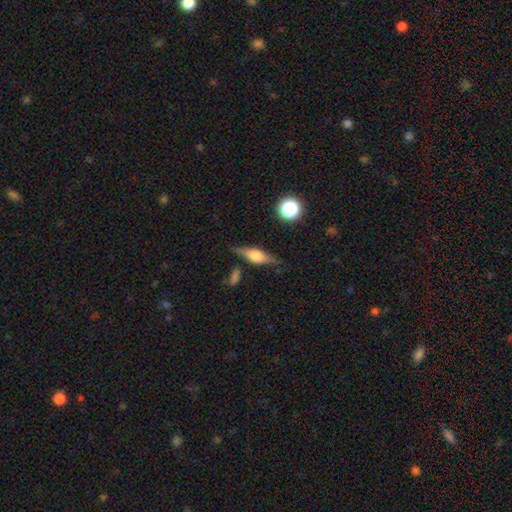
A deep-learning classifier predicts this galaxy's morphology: smooth_or_featured: featured or disk (p=0.58) [alt: smooth p=0.35]
disk_edge_on: yes (p=0.92) [alt: no p=0.08]
edge_on_bulge: rounded (p=0.87) [alt: boxy p=0.11]
merging: none (p=0.77) [alt: minor disturbance p=0.15]